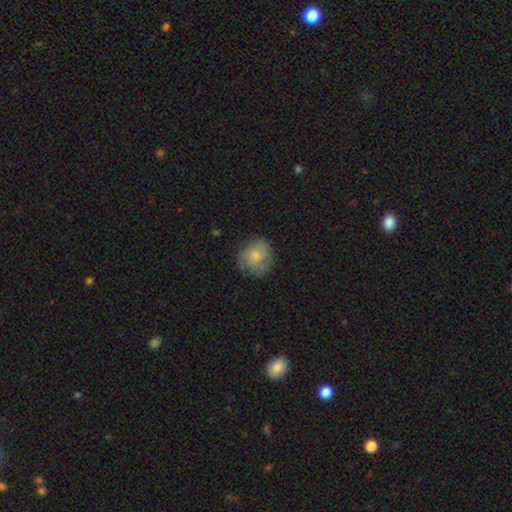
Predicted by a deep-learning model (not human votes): This is likely a smooth galaxy (69%). How rounded: clearly round (83%). Merging: likely none (69%).